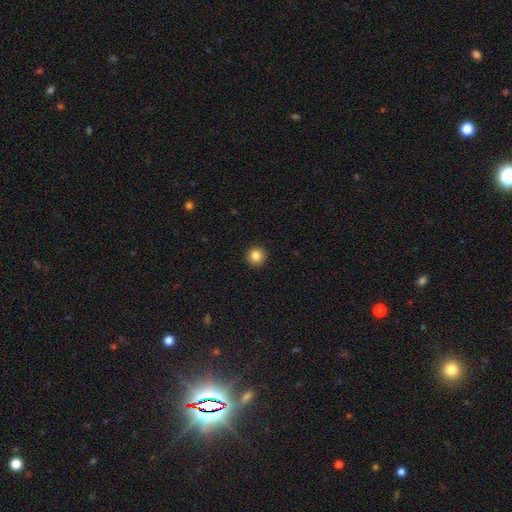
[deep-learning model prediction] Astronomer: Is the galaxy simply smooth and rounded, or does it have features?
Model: smooth — 85%.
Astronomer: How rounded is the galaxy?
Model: round — 95%.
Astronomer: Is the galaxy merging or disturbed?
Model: none — 93%.